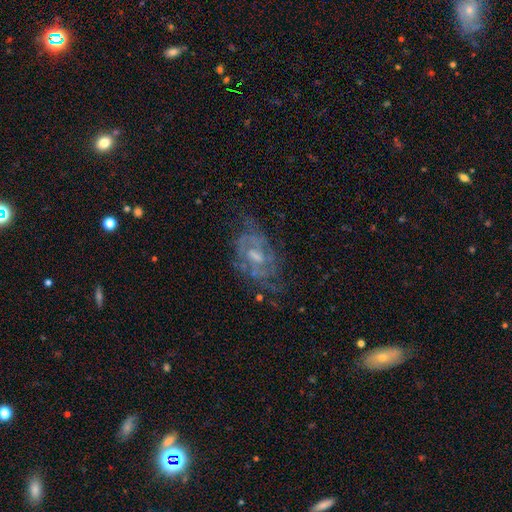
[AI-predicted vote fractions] This appears to be a featured or disk galaxy (75%) with no bar (51%), tight (47%) spiral arms (79%) and a moderate central bulge (49%). Merging: none (63%).